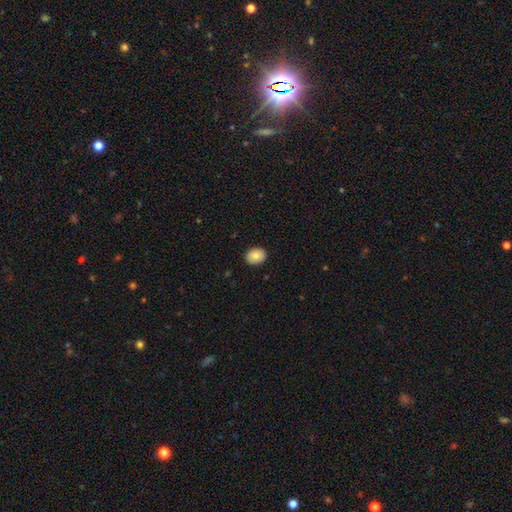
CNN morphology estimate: smooth-or-featured: smooth: 81% | featured or disk: 11% | star or artifact: 8%
  how-rounded: in between: 51% | round: 48% | cigar-shaped: 1%
  merging: none: 89% | minor disturbance: 8% | major disturbance: 2% | merger: 1%